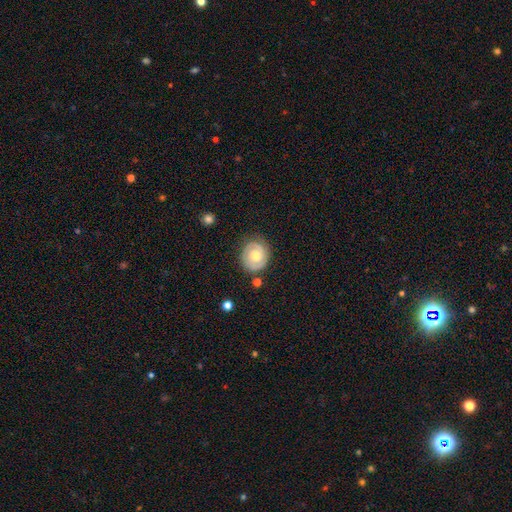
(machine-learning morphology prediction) Smooth or featured? featured or disk (68%)
Edge-on disk? no (97%)
Bar? no (73%)
Spiral arms? yes (86%)
Spiral winding? tight (68%)
Spiral arm count? 2 (71%)
Bulge size? moderate (68%)
Merging? none (81%)